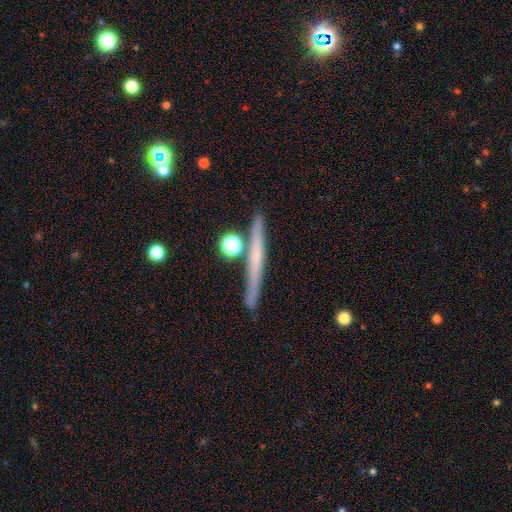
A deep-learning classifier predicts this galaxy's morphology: smooth-or-featured: featured or disk: 50% | smooth: 42% | star or artifact: 8%
  disk-edge-on: yes: 95% | no: 5%
  merging: none: 83% | minor disturbance: 9% | merger: 5% | major disturbance: 2%